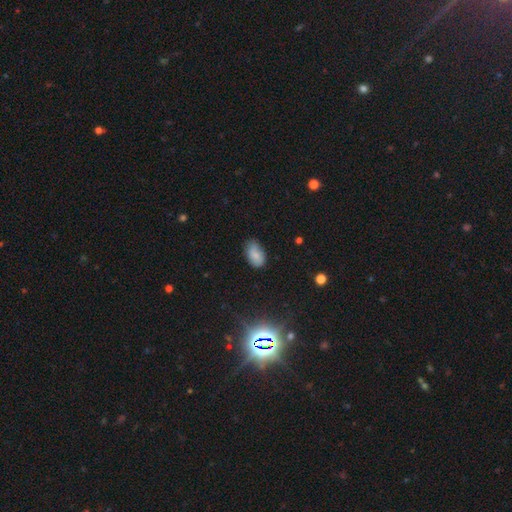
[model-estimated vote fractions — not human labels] A smooth galaxy with no disk features (77%) that is in between round and cigar-shaped (91%). Merging: none (64%).